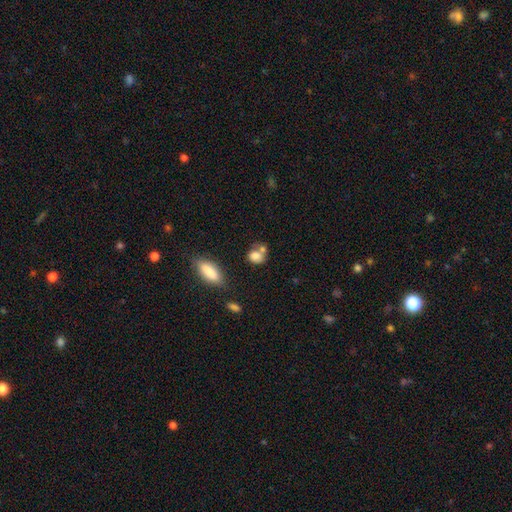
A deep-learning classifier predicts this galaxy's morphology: smooth_or_featured: smooth (p=0.78) [alt: featured or disk p=0.12]
how_rounded: round (p=0.49) [tied with: in between p=0.49]
merging: merger (p=0.40) [alt: none p=0.39]